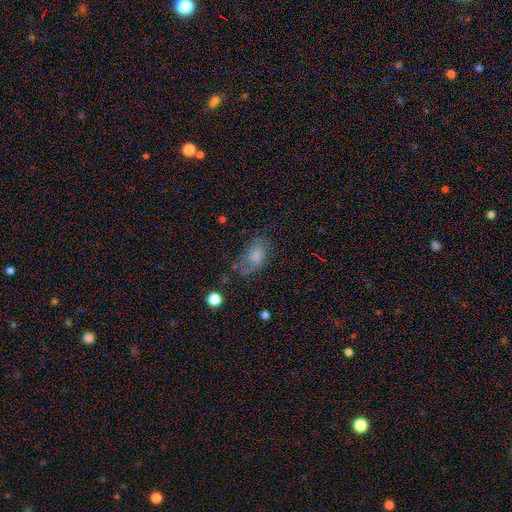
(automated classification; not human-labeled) A smooth galaxy with no disk features (64%) that is in between round and cigar-shaped (88%).

Vote fractions:
- Smooth or featured? smooth: 64% / featured or disk: 24% / star or artifact: 12%
- How rounded? in between: 88% / round: 10% / cigar-shaped: 3%
- Merging? none: 40% / minor disturbance: 30% / major disturbance: 26% / merger: 4%